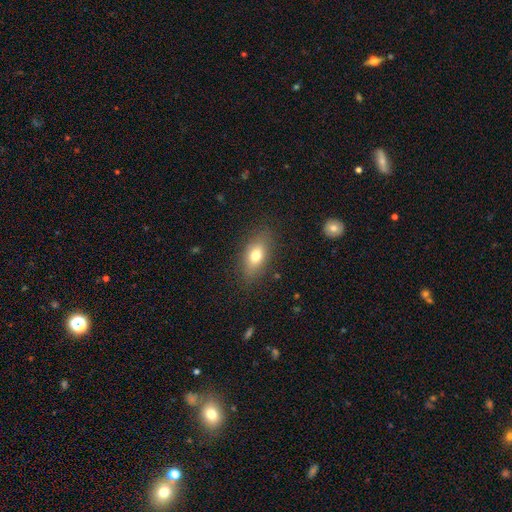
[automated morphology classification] This is likely a smooth galaxy (72%). How rounded: clearly in between (81%). Merging: clearly none (83%).